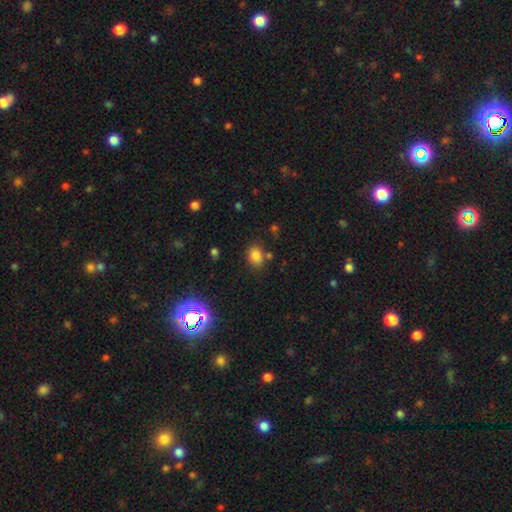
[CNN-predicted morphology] Smooth or featured? smooth (80%)
How rounded? in between (69%)
Merging? none (76%)